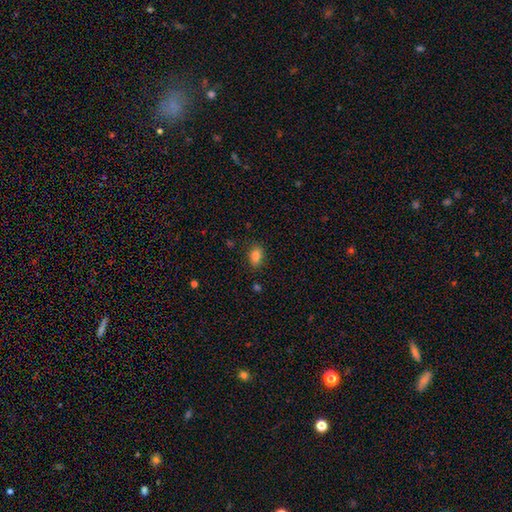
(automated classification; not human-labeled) Morphology: type=smooth (85%); roundness=in between (84%); merging=none (83%).